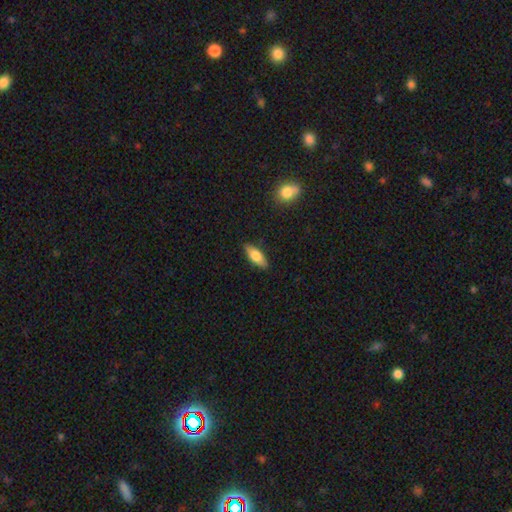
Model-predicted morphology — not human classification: smooth 77%, featured or disk 17%, star or artifact 6%. Down the decision tree: how rounded — in between (73%); merging — none (87%).